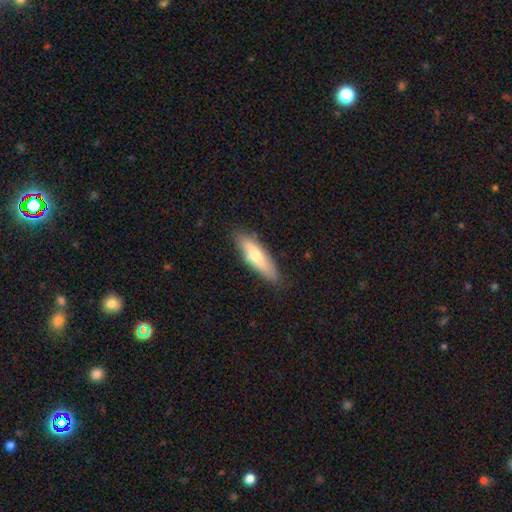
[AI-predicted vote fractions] Smooth or featured: smooth — 65% (featured or disk — 29%)
How rounded: cigar-shaped — 60% (in between — 38%)
Merging: none — 83% (minor disturbance — 13%)